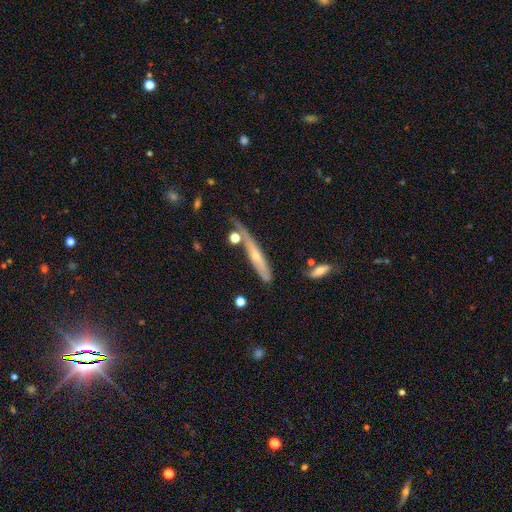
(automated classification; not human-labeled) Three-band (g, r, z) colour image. It shows a featured or disk galaxy (56%) viewed edge-on (82%). Merging: none (61%).